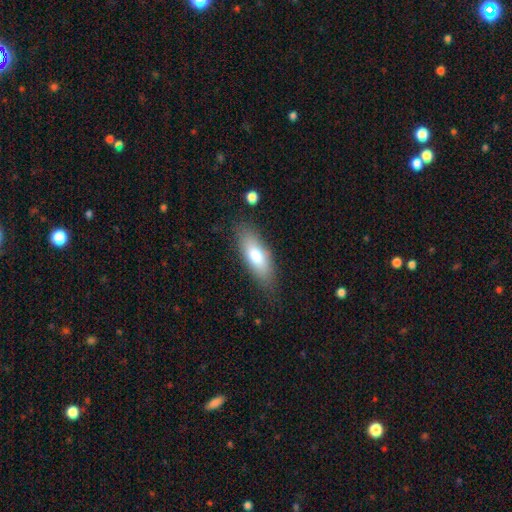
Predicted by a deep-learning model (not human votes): A smooth galaxy with no disk features (75%) that is in between round and cigar-shaped (72%).

Vote fractions:
- Smooth or featured? smooth: 75% / featured or disk: 19% / star or artifact: 7%
- How rounded? in between: 72% / cigar-shaped: 26% / round: 3%
- Merging? none: 80% / minor disturbance: 14% / major disturbance: 4% / merger: 2%